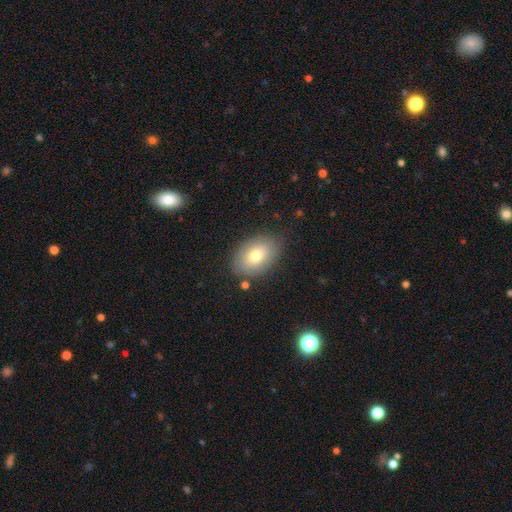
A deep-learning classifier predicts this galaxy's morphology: Q: Smooth or featured?
A: smooth (72%); runner-up: featured or disk (19%)
Q: How rounded?
A: in between (84%); runner-up: round (15%)
Q: Merging?
A: none (80%); runner-up: minor disturbance (14%)